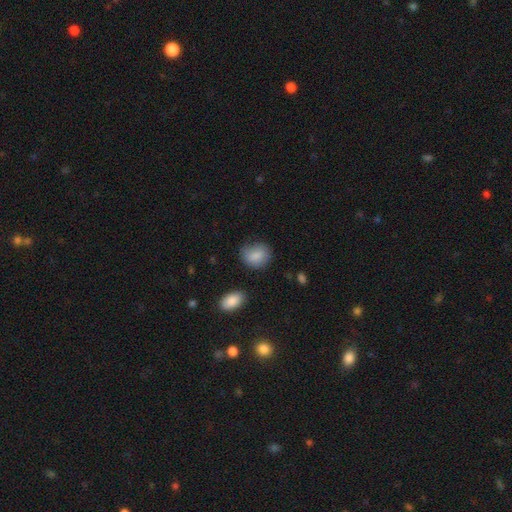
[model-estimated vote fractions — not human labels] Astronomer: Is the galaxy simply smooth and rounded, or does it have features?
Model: smooth — 86%.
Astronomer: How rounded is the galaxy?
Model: round — 52% (runner-up: in between, 46%).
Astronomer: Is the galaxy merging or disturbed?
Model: none — 73%.